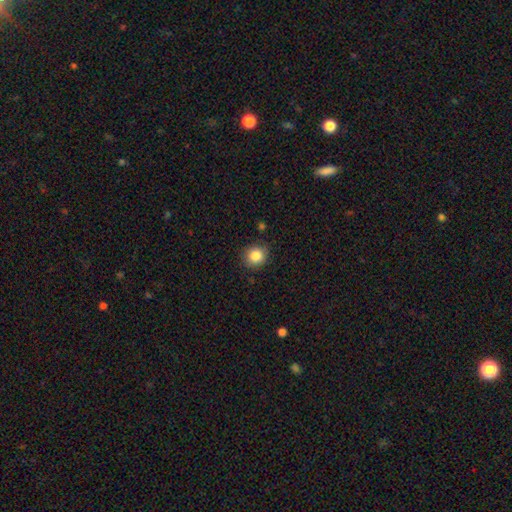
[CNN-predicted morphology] A smooth galaxy with no disk features (85%) that is round (85%).

Vote fractions:
- Smooth or featured? smooth: 85% / star or artifact: 10% / featured or disk: 5%
- How rounded? round: 85% / in between: 14% / cigar-shaped: 1%
- Merging? none: 87% / minor disturbance: 9% / major disturbance: 2% / merger: 2%